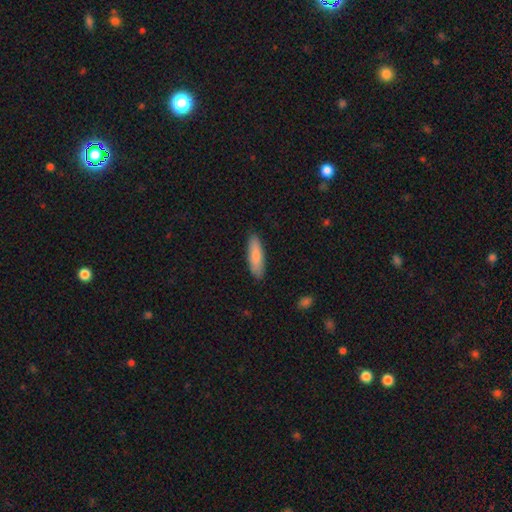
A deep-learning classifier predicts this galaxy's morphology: Smooth or featured? Predicted: smooth (p=0.83). How rounded? Predicted: cigar-shaped (p=0.58). Merging? Predicted: none (p=0.88).